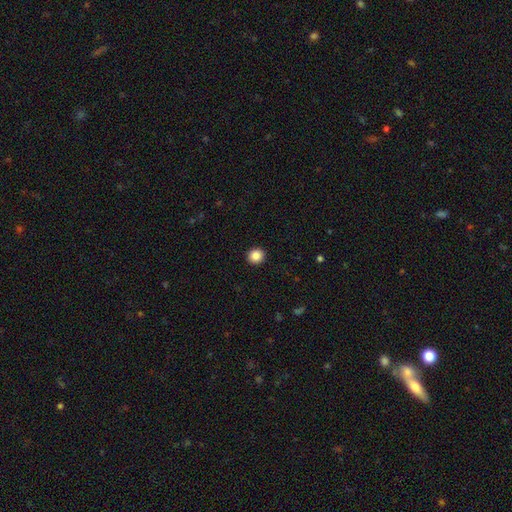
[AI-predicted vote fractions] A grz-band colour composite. It shows a smooth galaxy with no disk features (87%) that is round (89%). Merging: none (93%).